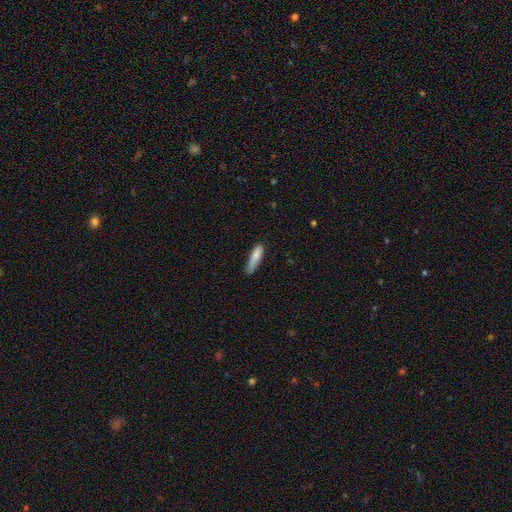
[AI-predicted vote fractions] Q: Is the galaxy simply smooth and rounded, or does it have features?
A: smooth — 79%.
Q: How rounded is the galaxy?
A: cigar-shaped — 77%.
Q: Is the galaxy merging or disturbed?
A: none — 59%.